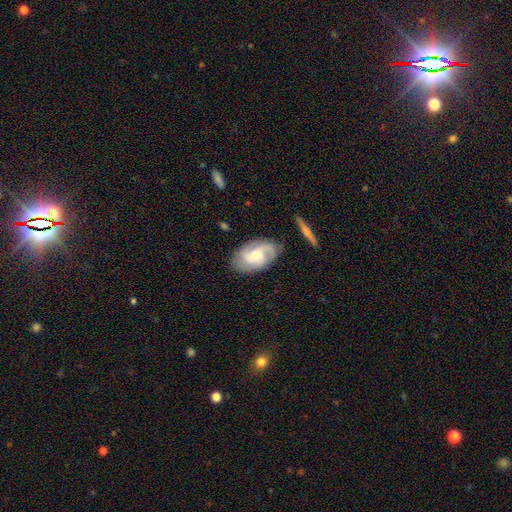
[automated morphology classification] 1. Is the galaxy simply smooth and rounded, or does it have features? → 79% featured or disk, 16% smooth, 6% star or artifact.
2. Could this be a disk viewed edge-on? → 97% no, 3% yes.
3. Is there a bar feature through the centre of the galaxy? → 58% no, 36% weak, 6% strong.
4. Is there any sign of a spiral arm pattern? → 96% yes, 4% no.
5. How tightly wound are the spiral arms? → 47% medium, 34% tight, 19% loose.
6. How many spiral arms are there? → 43% 3, 28% 2, 14% can't tell, 8% 4, 4% 1, 4% more than 4.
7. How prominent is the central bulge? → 48% moderate, 43% small, 5% large, 3% none, 1% dominant.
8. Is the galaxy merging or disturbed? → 78% none, 15% minor disturbance, 5% major disturbance, 2% merger.